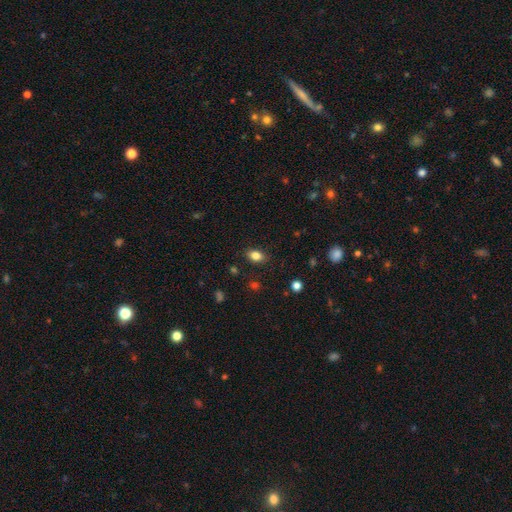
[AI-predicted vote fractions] Morphology: type=smooth (82%); roundness=in between (81%); merging=none (85%).